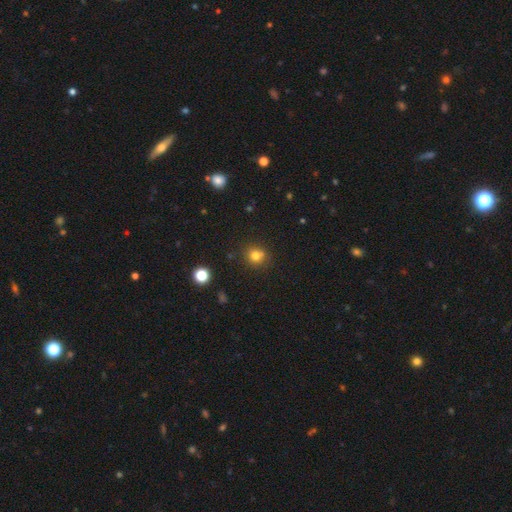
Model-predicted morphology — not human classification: This appears to be a smooth galaxy with no disk features (77%) that is round (83%). Merging: none (75%).